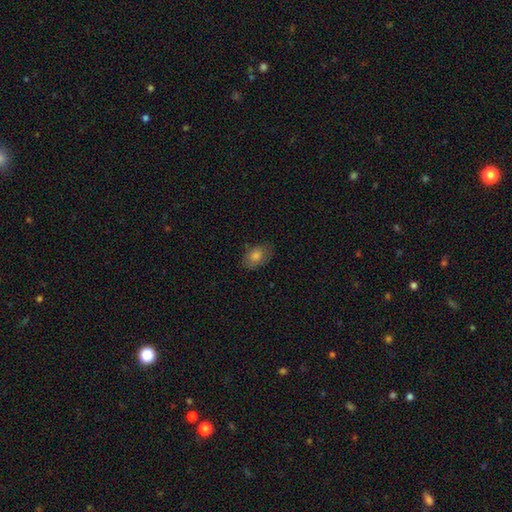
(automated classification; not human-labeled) A smooth galaxy with no disk features (74%) that is in between round and cigar-shaped (80%). Merging: none (78%).